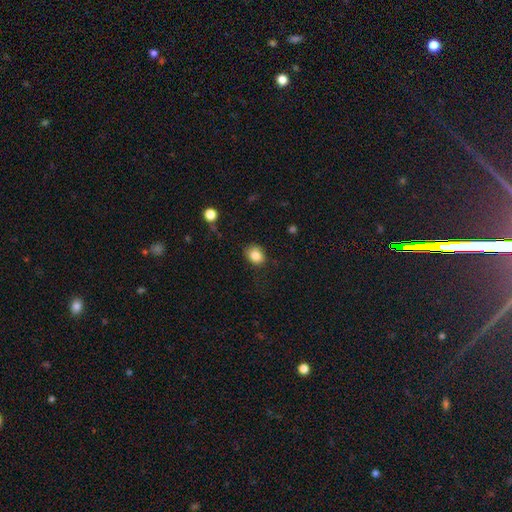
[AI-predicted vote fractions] smooth_or_featured: smooth (p=0.85) [alt: star or artifact p=0.09]
how_rounded: in between (p=0.52) [alt: round p=0.47]
merging: none (p=0.80) [alt: minor disturbance p=0.15]